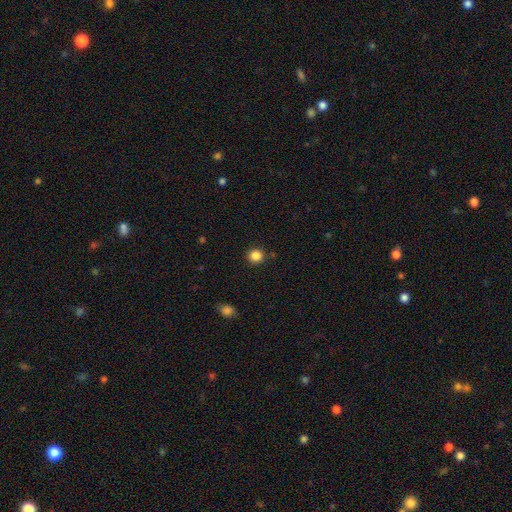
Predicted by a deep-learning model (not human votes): Overall: smooth (85%). How rounded: round (92%). Merging: none (88%).